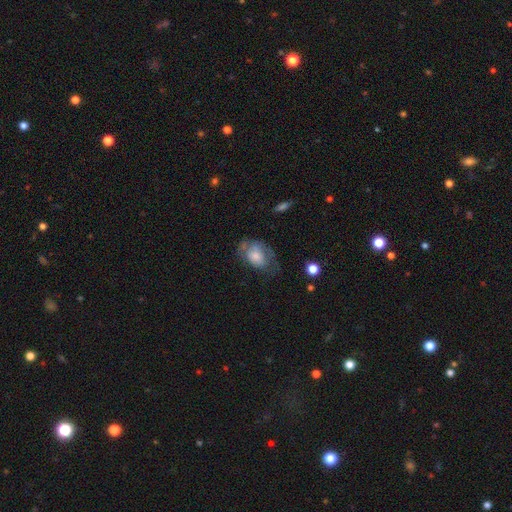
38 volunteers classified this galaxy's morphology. This is likely a smooth galaxy (68%). How rounded: clearly in between (81%). Merging: marginally minor disturbance (38%).